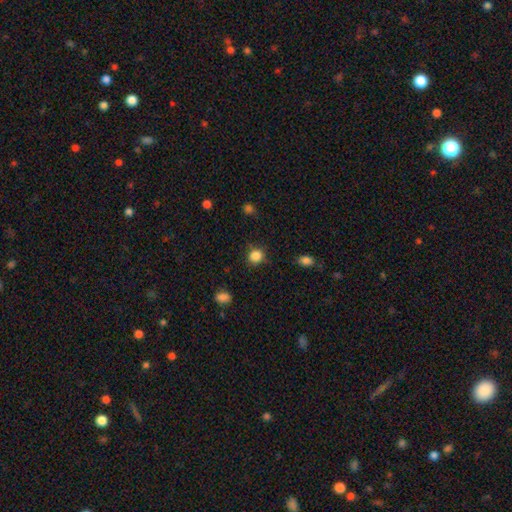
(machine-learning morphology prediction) Q: Smooth or featured?
A: smooth (85%); runner-up: star or artifact (11%)
Q: How rounded?
A: round (86%); runner-up: in between (13%)
Q: Merging?
A: none (82%); runner-up: minor disturbance (12%)